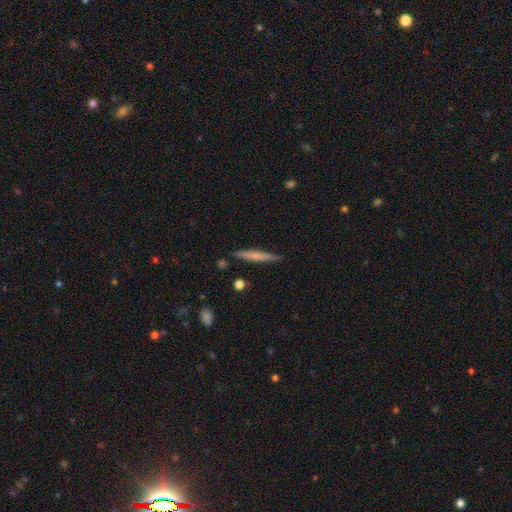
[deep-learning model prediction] smooth_or_featured: smooth (p=0.55) [alt: featured or disk p=0.39]
how_rounded: cigar-shaped (p=0.95) [alt: in between p=0.03]
merging: none (p=0.88) [alt: minor disturbance p=0.09]